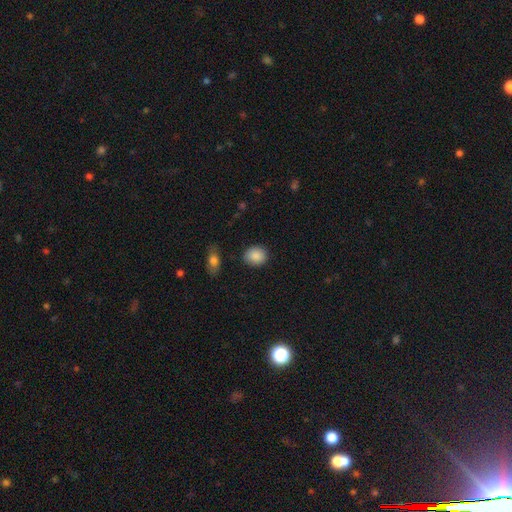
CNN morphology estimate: A smooth galaxy with no disk features (88%) that is round (72%).

Vote fractions:
- Smooth or featured? smooth: 88% / star or artifact: 8% / featured or disk: 4%
- How rounded? round: 72% / in between: 27% / cigar-shaped: 1%
- Merging? none: 88% / minor disturbance: 8% / major disturbance: 2% / merger: 2%